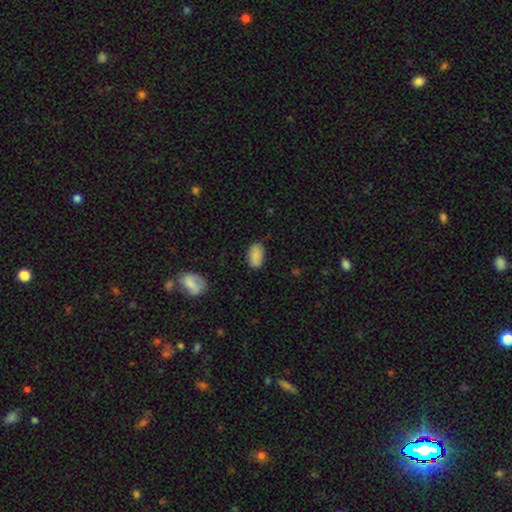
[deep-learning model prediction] Smooth or featured: smooth — 86% (star or artifact — 7%)
How rounded: in between — 93% (round — 5%)
Merging: none — 81% (minor disturbance — 15%)